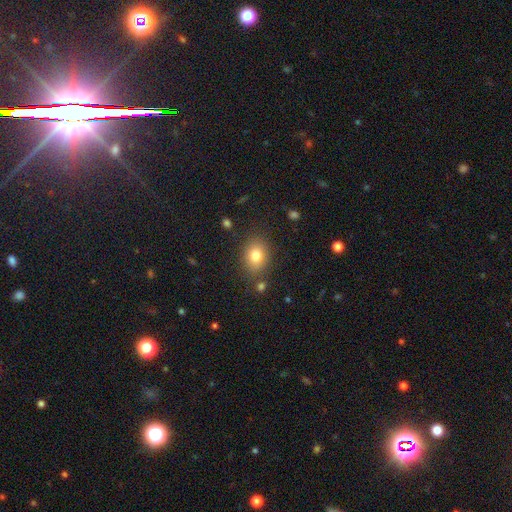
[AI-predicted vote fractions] smooth_or_featured: smooth (p=0.79) [alt: star or artifact p=0.11]
how_rounded: in between (p=0.57) [alt: round p=0.42]
merging: none (p=0.82) [alt: minor disturbance p=0.11]